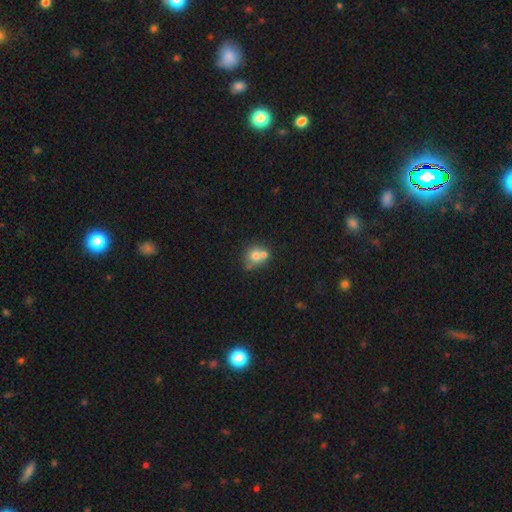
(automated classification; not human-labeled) Smooth or featured? Predicted: smooth (p=0.70). How rounded? Predicted: round (p=0.75). Merging? Predicted: merger (p=0.48).